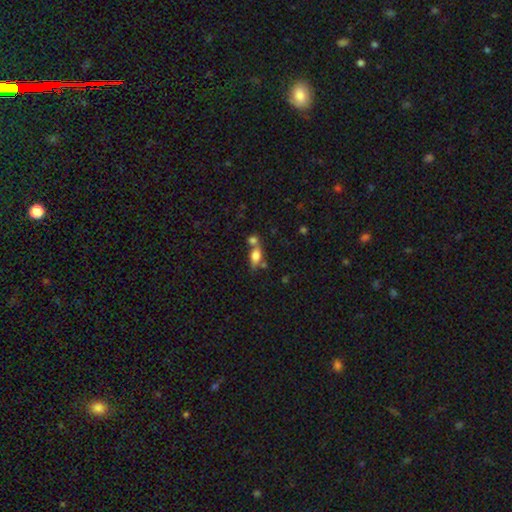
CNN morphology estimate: The model was most divided on "merging": merger: 44%, none: 38%, minor disturbance: 12%, major disturbance: 6%. More confident: how rounded — in between (74%); smooth or featured — smooth (68%).